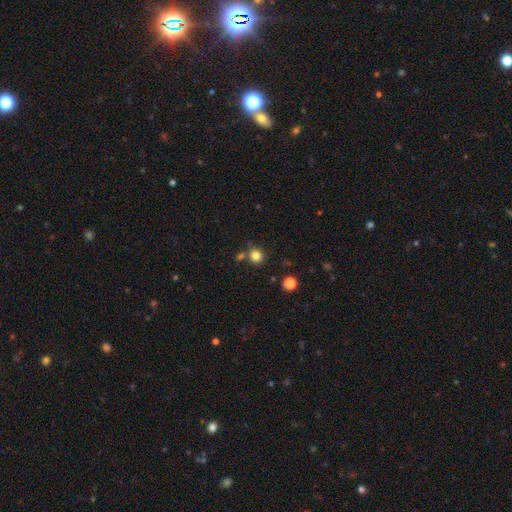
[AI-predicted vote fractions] Q: Smooth or featured?
A: smooth (82%); runner-up: star or artifact (13%)
Q: How rounded?
A: round (89%); runner-up: in between (10%)
Q: Merging?
A: none (76%); runner-up: merger (12%)